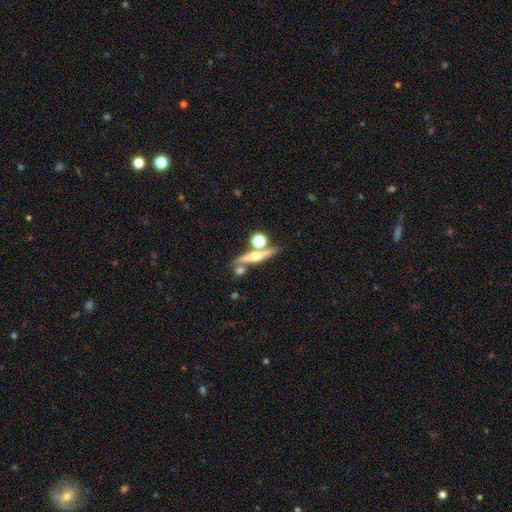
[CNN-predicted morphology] Q: Smooth or featured?
A: featured or disk (67%); runner-up: smooth (24%)
Q: Edge-on disk?
A: yes (92%); runner-up: no (8%)
Q: Edge-on bulge?
A: rounded (94%); runner-up: none (3%)
Q: Merging?
A: none (70%); runner-up: merger (17%)